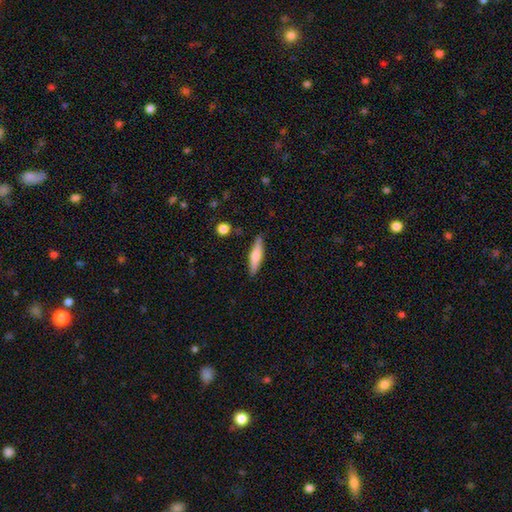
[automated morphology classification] The model was most divided on "smooth or featured": smooth: 60%, featured or disk: 34%, star or artifact: 6%. More confident: merging — none (87%); how rounded — cigar-shaped (78%).